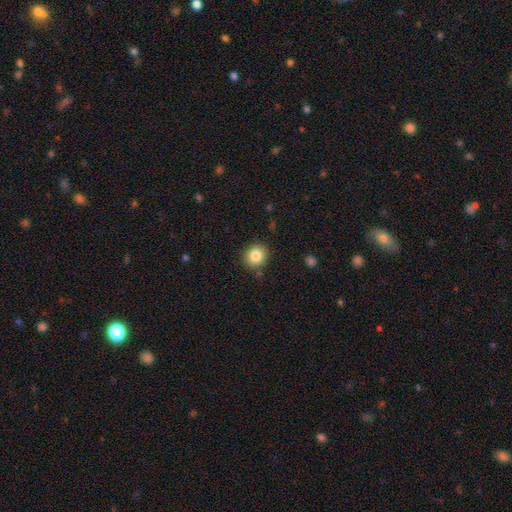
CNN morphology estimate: This is clearly a smooth galaxy (83%). How rounded: clearly round (84%). Merging: clearly none (87%).